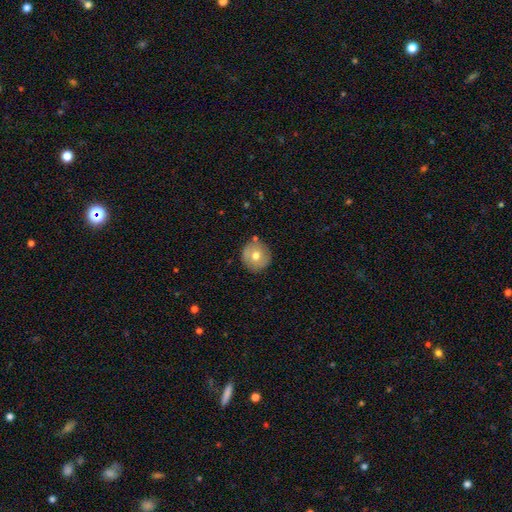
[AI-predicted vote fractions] smooth_or_featured: smooth (p=0.66) [alt: featured or disk p=0.25]
how_rounded: round (p=0.92) [alt: in between p=0.07]
merging: none (p=0.84) [alt: minor disturbance p=0.11]